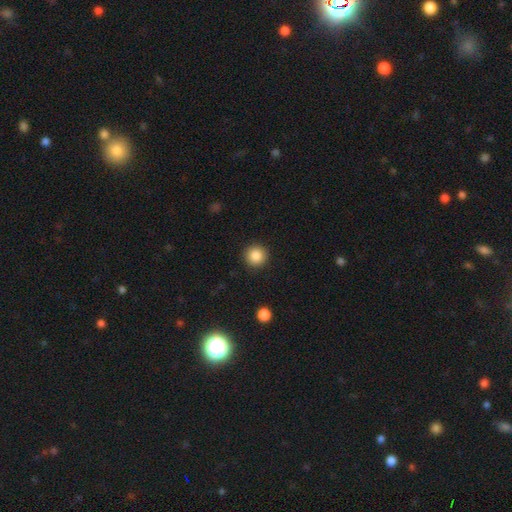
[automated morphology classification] Smooth or featured: smooth — 86% (star or artifact — 9%)
How rounded: round — 95% (in between — 4%)
Merging: none — 92% (minor disturbance — 5%)